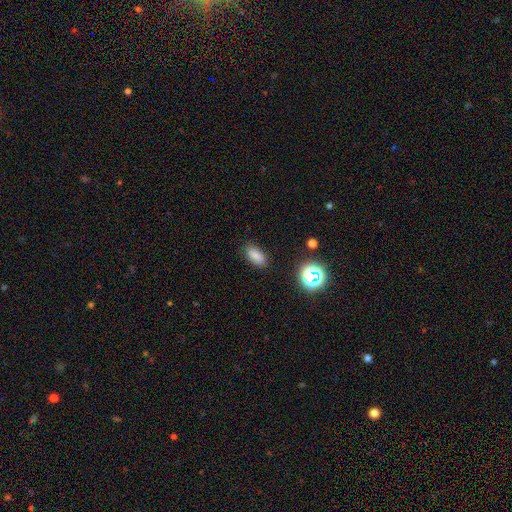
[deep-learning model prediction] This appears to be a smooth galaxy with no disk features (81%) that is in between round and cigar-shaped (87%). Merging: none (86%).